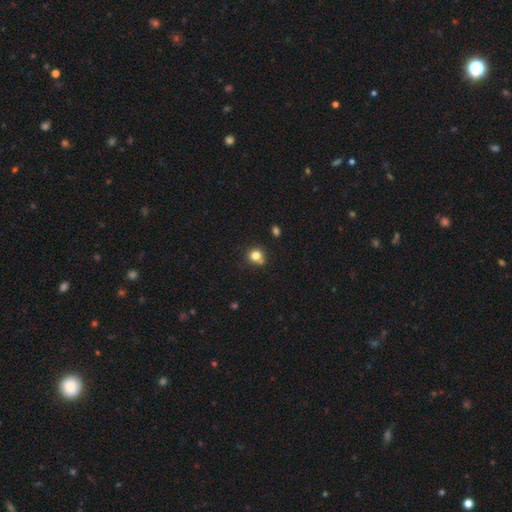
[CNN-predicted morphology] The model was most divided on "merging": none: 71%, merger: 13%, minor disturbance: 12%, major disturbance: 4%. More confident: how rounded — round (87%); smooth or featured — smooth (80%).